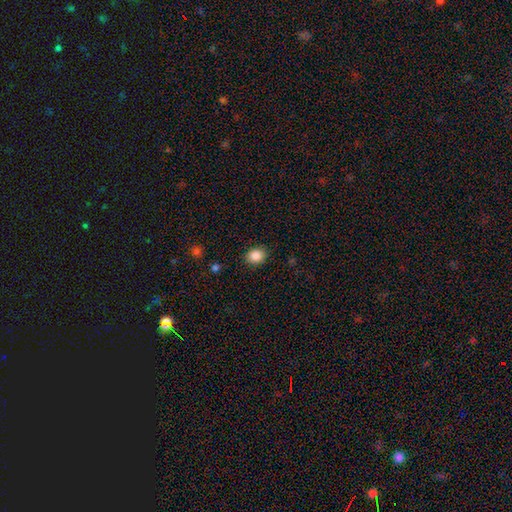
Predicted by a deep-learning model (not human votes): This is clearly a smooth galaxy (87%). How rounded: possibly round (58%). Merging: clearly none (88%).